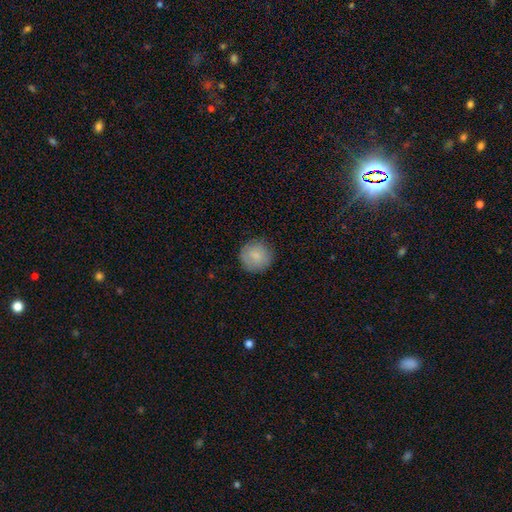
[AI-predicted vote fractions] Q: Smooth or featured?
A: smooth (86%); runner-up: star or artifact (7%)
Q: How rounded?
A: round (94%); runner-up: in between (5%)
Q: Merging?
A: none (87%); runner-up: minor disturbance (10%)